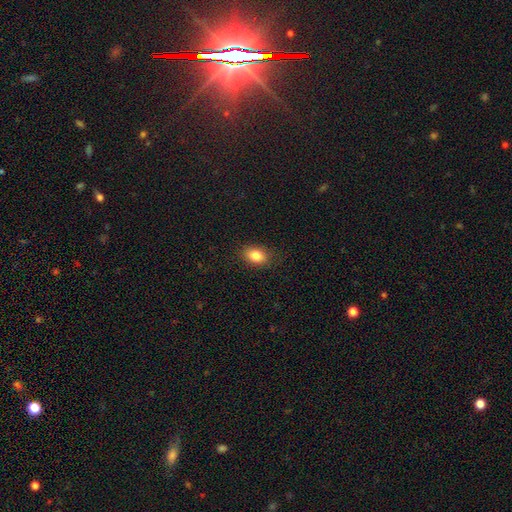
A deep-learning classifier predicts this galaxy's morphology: Q: Smooth or featured?
A: smooth (84%); runner-up: star or artifact (9%)
Q: How rounded?
A: in between (76%); runner-up: round (23%)
Q: Merging?
A: none (86%); runner-up: minor disturbance (10%)